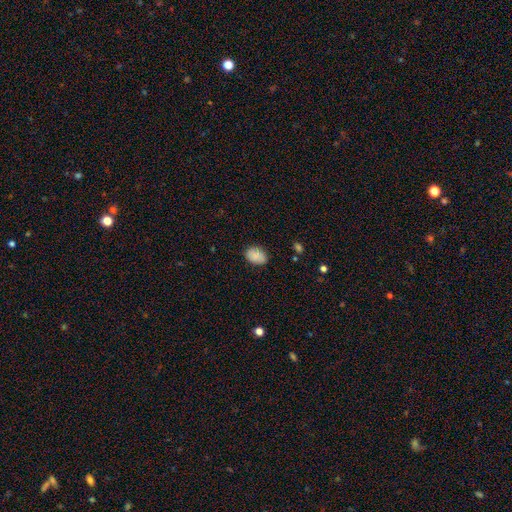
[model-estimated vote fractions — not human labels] smooth 85%, star or artifact 8%, featured or disk 7%. Down the decision tree: how rounded — in between (77%); merging — none (81%).